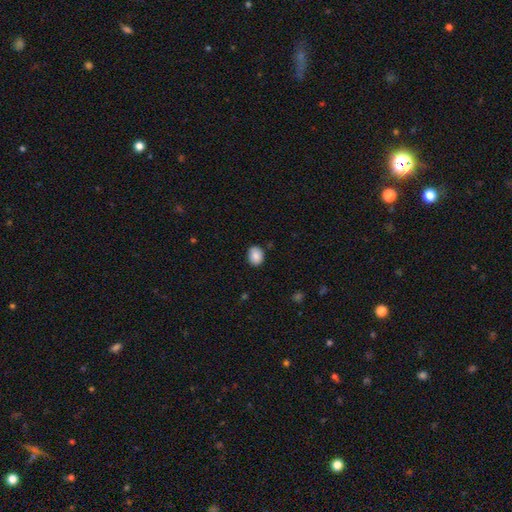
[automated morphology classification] Smooth or featured: smooth — 88% (star or artifact — 8%)
How rounded: in between — 56% (round — 44%)
Merging: none — 83% (minor disturbance — 13%)